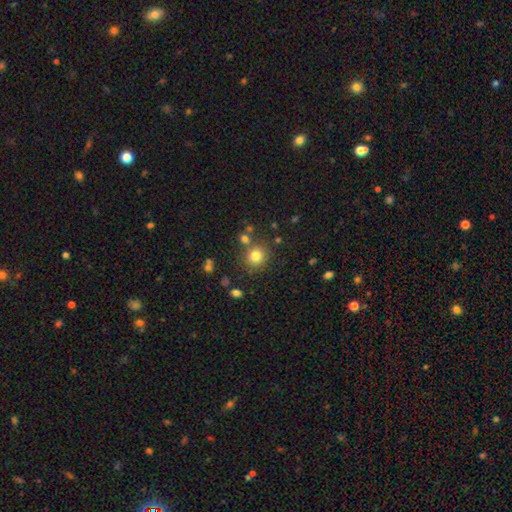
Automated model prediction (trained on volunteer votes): This appears to be a smooth galaxy with no disk features (78%) that is round (88%). Merging: none (78%).